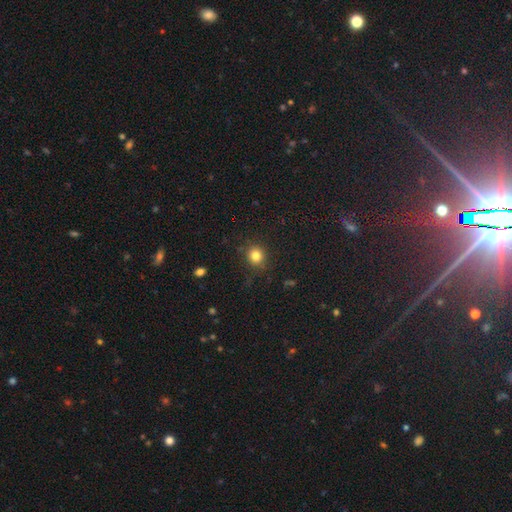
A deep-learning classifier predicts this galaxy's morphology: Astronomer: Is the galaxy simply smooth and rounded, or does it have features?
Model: smooth — 81%.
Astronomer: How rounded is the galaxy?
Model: round — 88%.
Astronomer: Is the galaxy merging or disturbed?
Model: none — 87%.